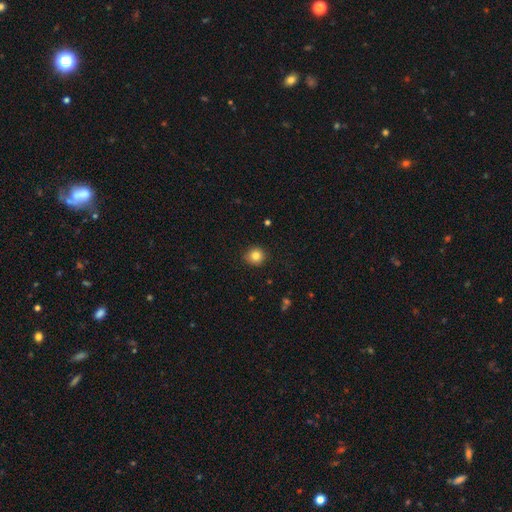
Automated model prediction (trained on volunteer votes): smooth-or-featured: smooth: 83% | star or artifact: 11% | featured or disk: 6%
  how-rounded: round: 90% | in between: 9% | cigar-shaped: 1%
  merging: none: 88% | minor disturbance: 9% | major disturbance: 2% | merger: 1%